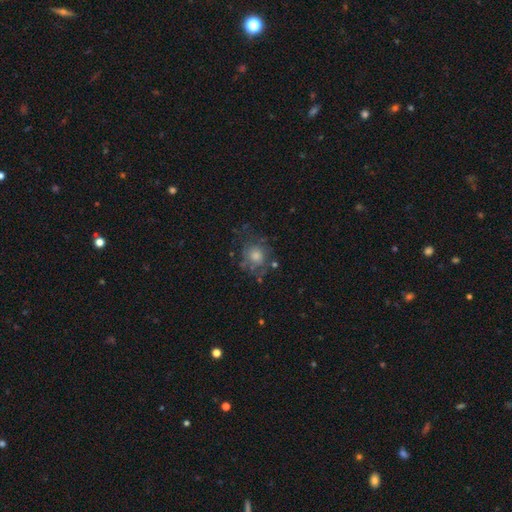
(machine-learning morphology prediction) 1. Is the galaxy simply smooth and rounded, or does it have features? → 42% smooth, 41% featured or disk, 16% star or artifact.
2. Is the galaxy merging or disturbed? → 62% none, 20% minor disturbance, 15% major disturbance, 3% merger.